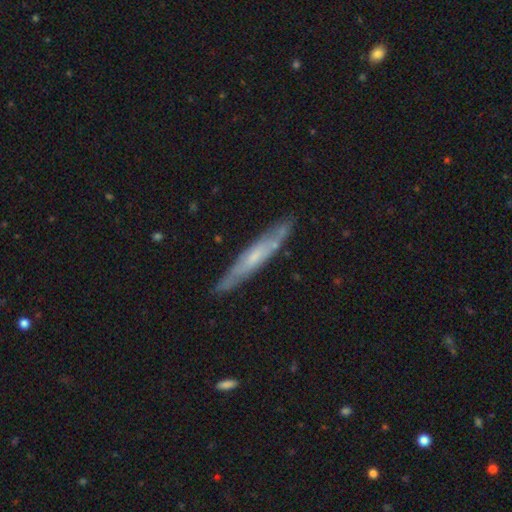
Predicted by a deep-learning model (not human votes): Smooth or featured? featured or disk (58%)
Edge-on disk? yes (79%)
Merging? none (83%)